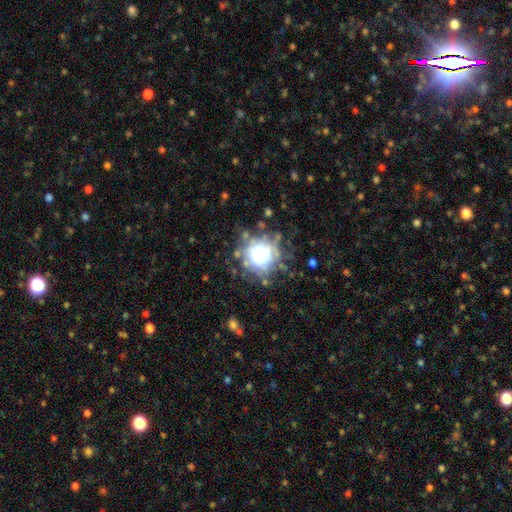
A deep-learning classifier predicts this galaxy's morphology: smooth-or-featured: smooth: 49% | featured or disk: 37% | star or artifact: 14%
  merging: none: 57% | minor disturbance: 22% | major disturbance: 17% | merger: 5%